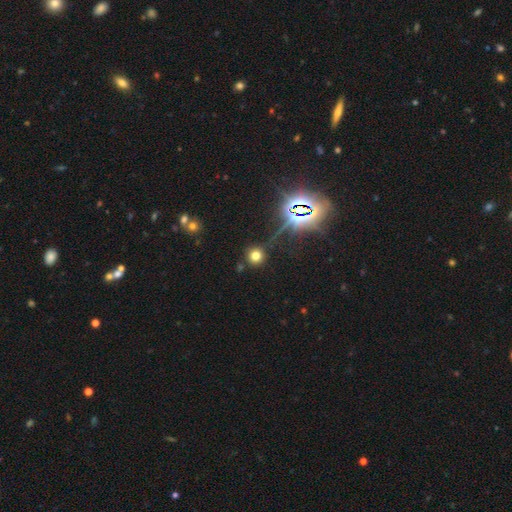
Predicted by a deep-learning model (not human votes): Smooth or featured? Predicted: smooth (p=0.66). How rounded? Predicted: round (p=0.92). Merging? Predicted: none (p=0.84).